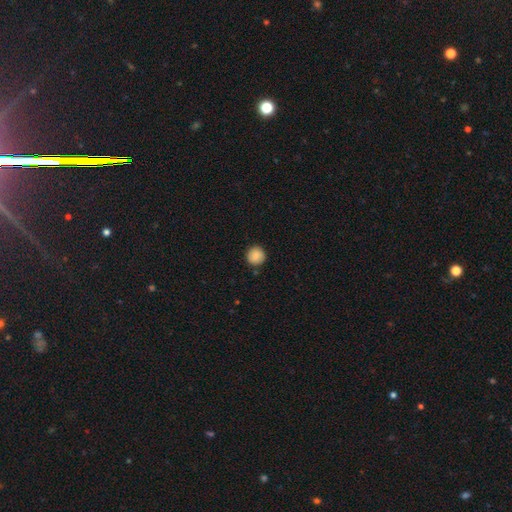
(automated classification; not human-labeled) Smooth or featured: smooth — 86% (star or artifact — 8%)
How rounded: round — 94% (in between — 5%)
Merging: none — 89% (minor disturbance — 8%)